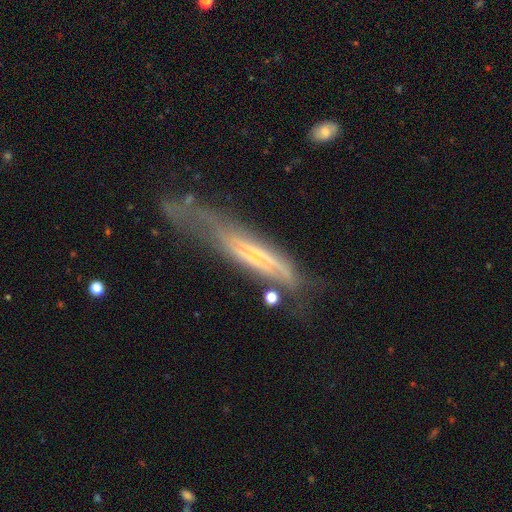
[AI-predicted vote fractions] This appears to be a featured or disk galaxy (69%) viewed edge-on (66%). Merging: none (36%).